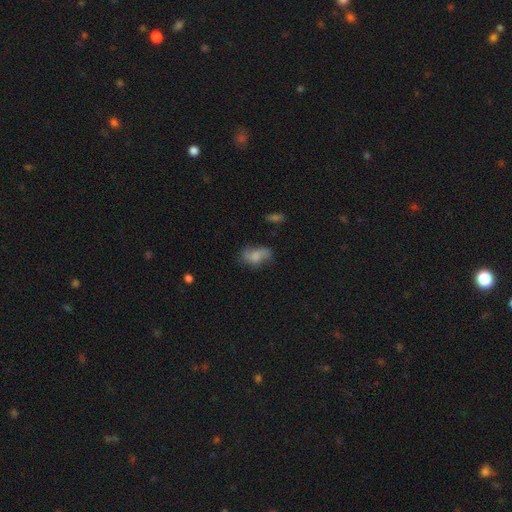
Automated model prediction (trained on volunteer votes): A smooth galaxy with no disk features (62%) that is in between round and cigar-shaped (87%).

Vote fractions:
- Smooth or featured? smooth: 62% / featured or disk: 28% / star or artifact: 10%
- How rounded? in between: 87% / round: 10% / cigar-shaped: 4%
- Merging? none: 45% / minor disturbance: 29% / major disturbance: 17% / merger: 8%